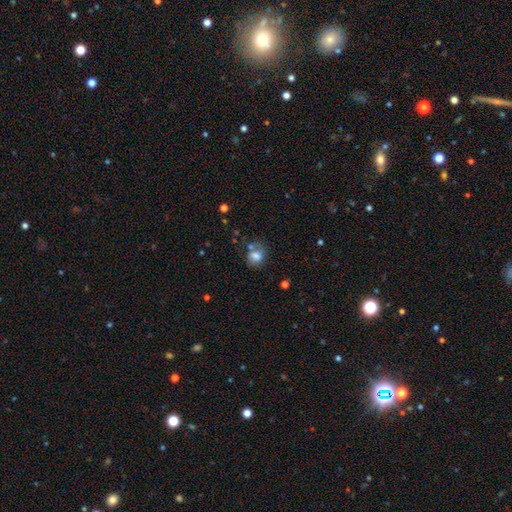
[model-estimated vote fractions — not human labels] smooth_or_featured: smooth (p=0.70) [alt: featured or disk p=0.19]
how_rounded: round (p=0.52) [alt: in between p=0.47]
merging: none (p=0.47) [alt: minor disturbance p=0.22]